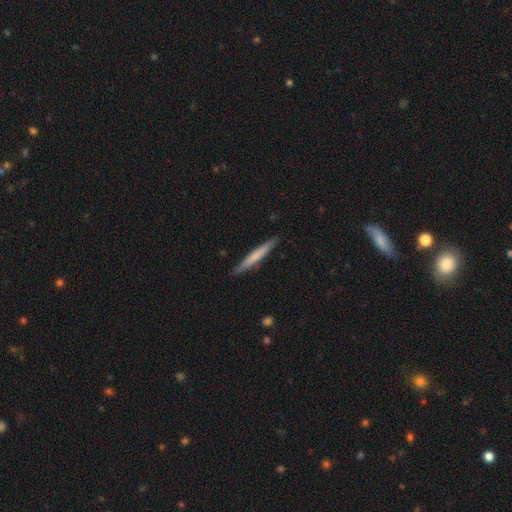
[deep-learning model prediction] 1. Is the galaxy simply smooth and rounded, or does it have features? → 65% smooth, 30% featured or disk, 5% star or artifact.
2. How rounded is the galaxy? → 96% cigar-shaped, 3% in between, 1% round.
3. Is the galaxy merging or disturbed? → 89% none, 8% minor disturbance, 1% major disturbance, 1% merger.